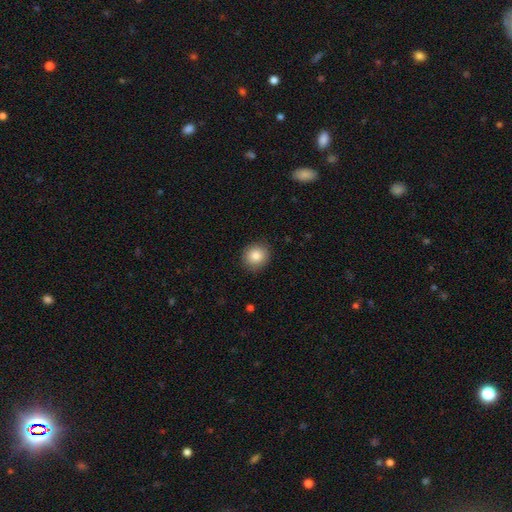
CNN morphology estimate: smooth-or-featured: smooth: 84% | star or artifact: 9% | featured or disk: 7%
  how-rounded: round: 87% | in between: 12% | cigar-shaped: 1%
  merging: none: 89% | minor disturbance: 8% | major disturbance: 2% | merger: 1%